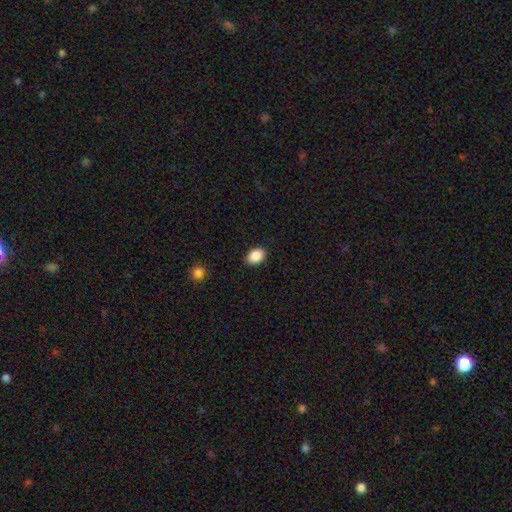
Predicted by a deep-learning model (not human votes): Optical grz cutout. It shows a smooth galaxy with no disk features (88%) that is in between round and cigar-shaped (78%). Merging: none (88%).